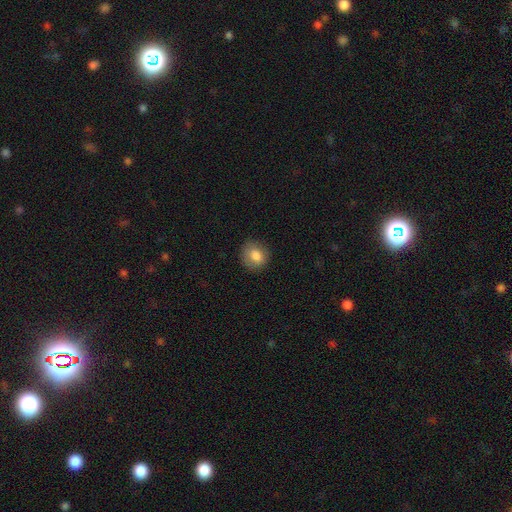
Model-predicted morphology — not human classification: smooth 82%, featured or disk 10%, star or artifact 8%. Down the decision tree: how rounded — round (73%); merging — none (80%).